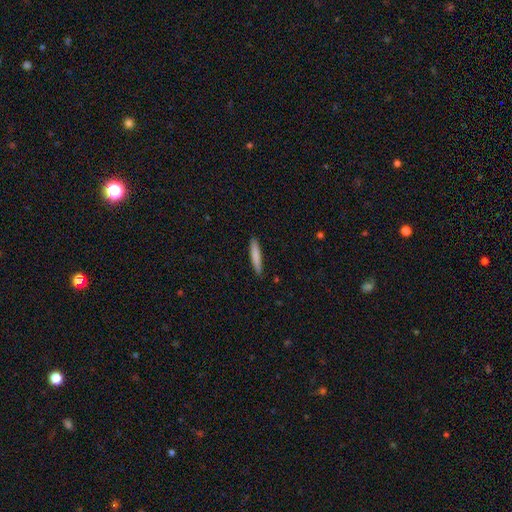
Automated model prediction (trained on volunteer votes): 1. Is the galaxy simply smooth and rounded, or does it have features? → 80% smooth, 14% featured or disk, 6% star or artifact.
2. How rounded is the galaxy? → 92% cigar-shaped, 7% in between, 1% round.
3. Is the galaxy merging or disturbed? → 89% none, 8% minor disturbance, 2% major disturbance, 1% merger.